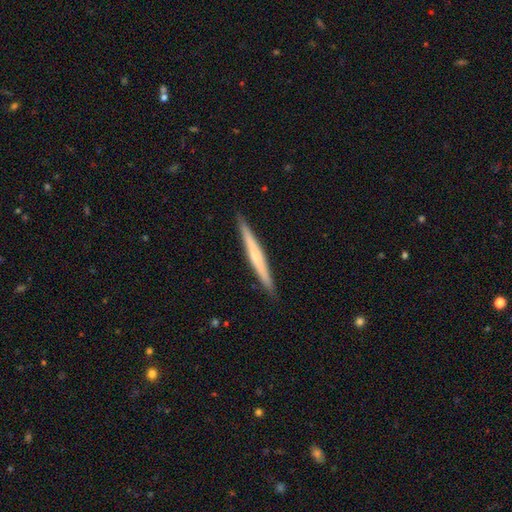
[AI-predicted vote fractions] Q: Smooth or featured?
A: featured or disk (55%); runner-up: smooth (39%)
Q: Edge-on disk?
A: yes (98%); runner-up: no (2%)
Q: Edge-on bulge?
A: none (55%); runner-up: rounded (37%)
Q: Merging?
A: none (92%); runner-up: minor disturbance (6%)